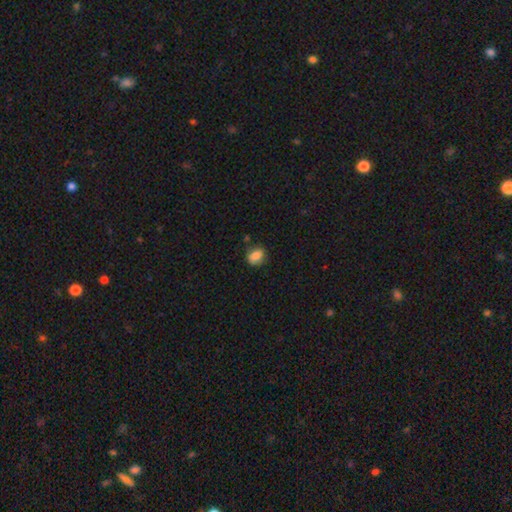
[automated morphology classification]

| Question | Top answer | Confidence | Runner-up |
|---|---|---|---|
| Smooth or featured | smooth | 83% | star or artifact (9%) |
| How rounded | in between | 52% | round (47%) |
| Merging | none | 74% | minor disturbance (18%) |